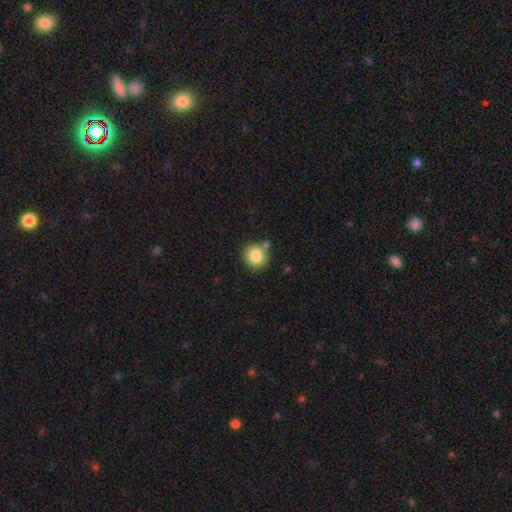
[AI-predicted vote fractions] smooth-or-featured: smooth: 84% | star or artifact: 9% | featured or disk: 7%
  how-rounded: round: 83% | in between: 16% | cigar-shaped: 1%
  merging: none: 69% | merger: 14% | minor disturbance: 13% | major disturbance: 3%